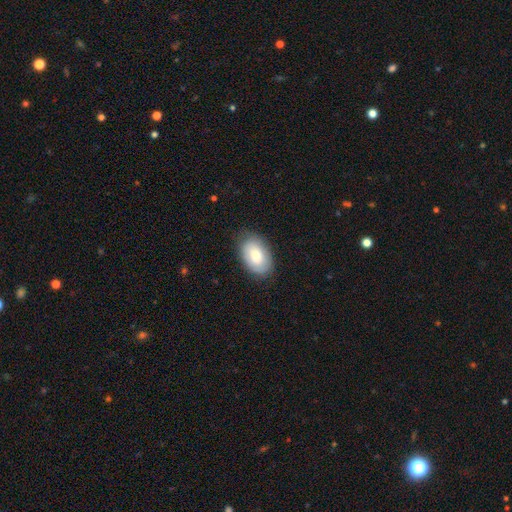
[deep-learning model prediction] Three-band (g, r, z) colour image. It shows a smooth galaxy with no disk features (76%) that is in between round and cigar-shaped (91%). Merging: none (80%).